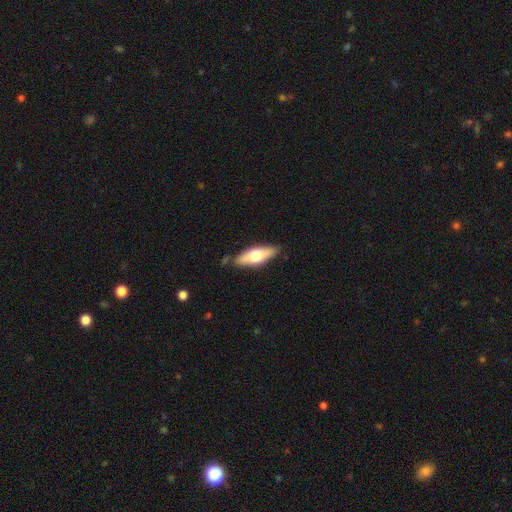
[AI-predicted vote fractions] A smooth galaxy with no disk features (56%) that is in between round and cigar-shaped (60%). Merging: none (82%).